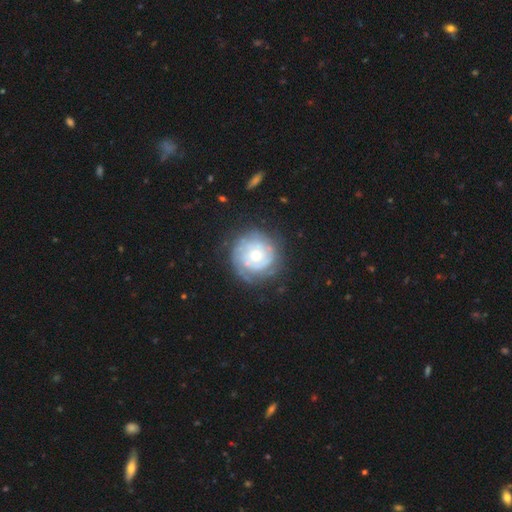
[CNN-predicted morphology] smooth-or-featured: featured or disk: 69% | smooth: 25% | star or artifact: 6%
  disk-edge-on: no: 98% | yes: 2%
    bar: no: 83% | weak: 14% | strong: 3%
    has-spiral-arms: yes: 77% | no: 23%
      spiral-winding: tight: 74% | medium: 18% | loose: 8%
      spiral-arm-count: can't tell: 54% | 2: 19% | 3: 11% | 1: 7% | 4: 5% | more than 4: 4%
    bulge-size: moderate: 59% | small: 31% | large: 7% | none: 1% | dominant: 1%
  merging: none: 72% | minor disturbance: 18% | major disturbance: 9% | merger: 2%